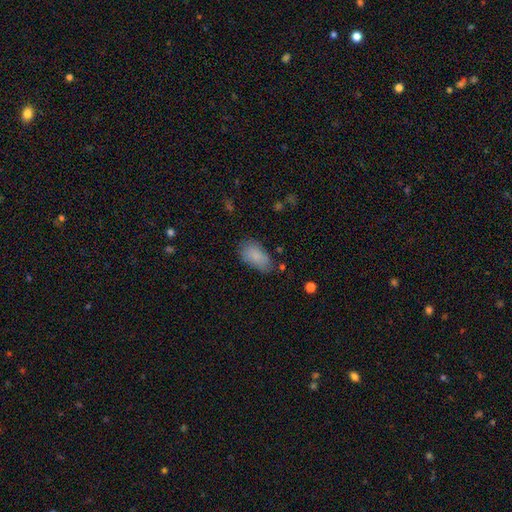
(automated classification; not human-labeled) Morphology: type=smooth (85%); roundness=in between (93%); merging=none (66%).